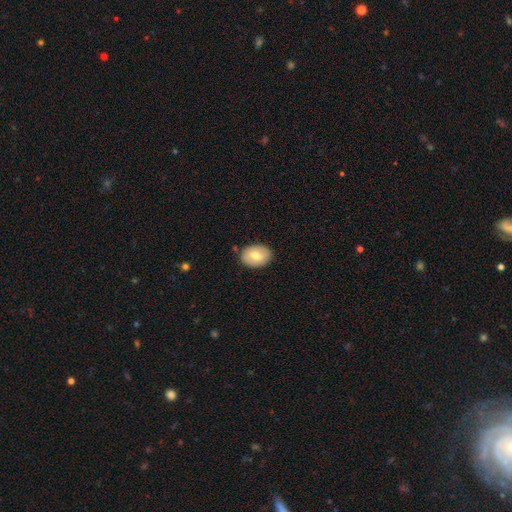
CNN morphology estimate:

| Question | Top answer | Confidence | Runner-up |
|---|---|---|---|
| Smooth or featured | smooth | 71% | featured or disk (22%) |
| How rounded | in between | 79% | round (20%) |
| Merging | none | 86% | minor disturbance (10%) |